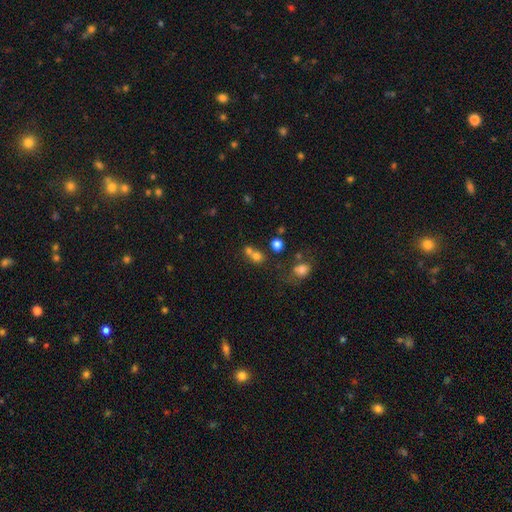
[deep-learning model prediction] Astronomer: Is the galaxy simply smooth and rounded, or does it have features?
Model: smooth — 71%.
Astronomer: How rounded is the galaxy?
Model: round — 72%.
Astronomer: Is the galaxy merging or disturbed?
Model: merger — 49% (runner-up: none, 39%).